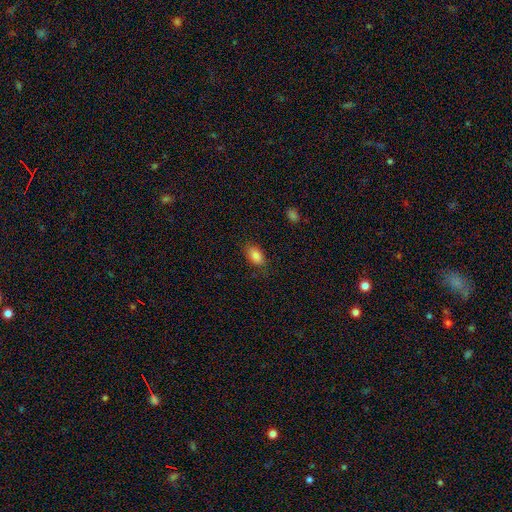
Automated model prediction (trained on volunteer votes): The model was most divided on "merging": none: 82%, minor disturbance: 13%, major disturbance: 3%, merger: 1%. More confident: how rounded — in between (91%); smooth or featured — smooth (86%).